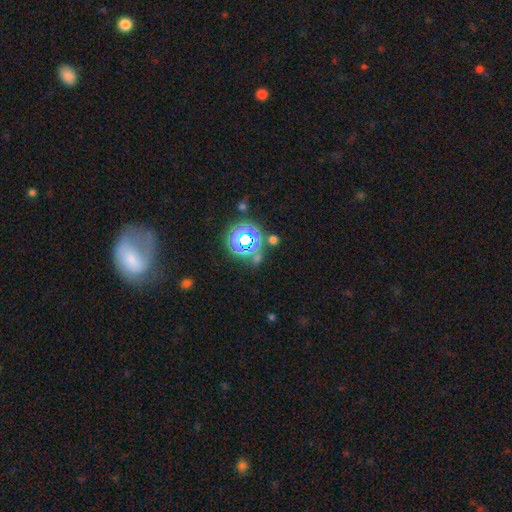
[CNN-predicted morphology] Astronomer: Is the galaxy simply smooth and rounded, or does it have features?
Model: star or artifact — 63%.